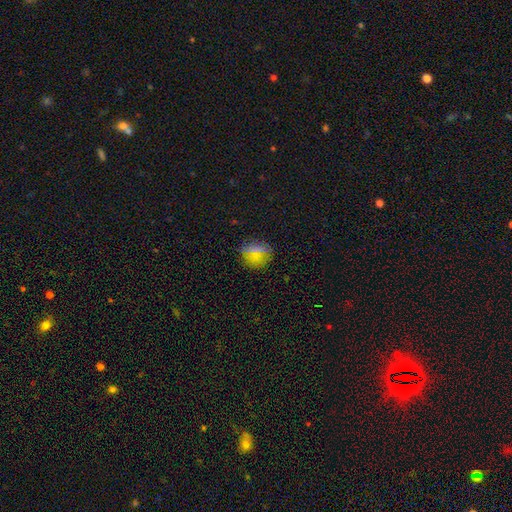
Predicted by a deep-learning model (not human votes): smooth 71%, star or artifact 21%, featured or disk 7%. Down the decision tree: how rounded — round (84%); merging — none (85%).